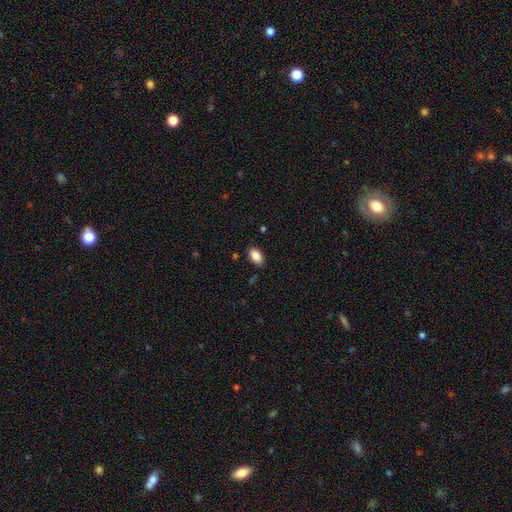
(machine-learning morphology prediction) Smooth or featured? smooth (88%)
How rounded? in between (92%)
Merging? none (85%)